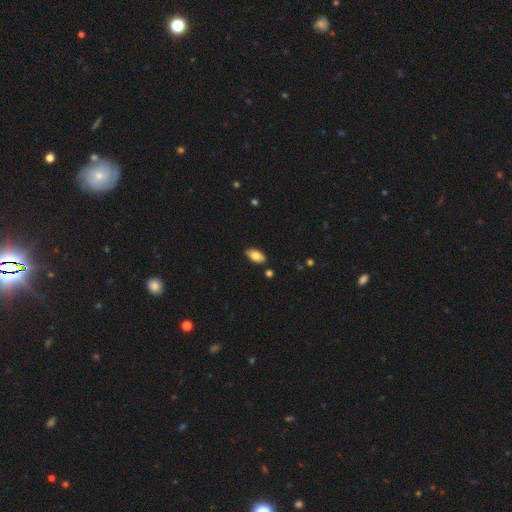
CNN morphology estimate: Smooth or featured? Predicted: smooth (p=0.81). How rounded? Predicted: in between (p=0.92). Merging? Predicted: none (p=0.84).